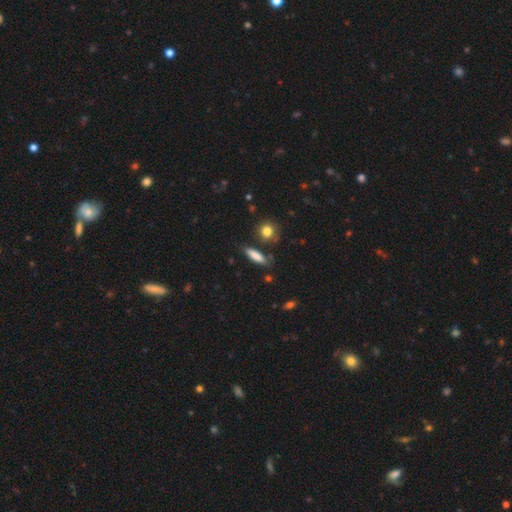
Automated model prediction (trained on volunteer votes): A smooth galaxy with no disk features (80%) that is cigar-shaped (66%). Merging: none (79%).